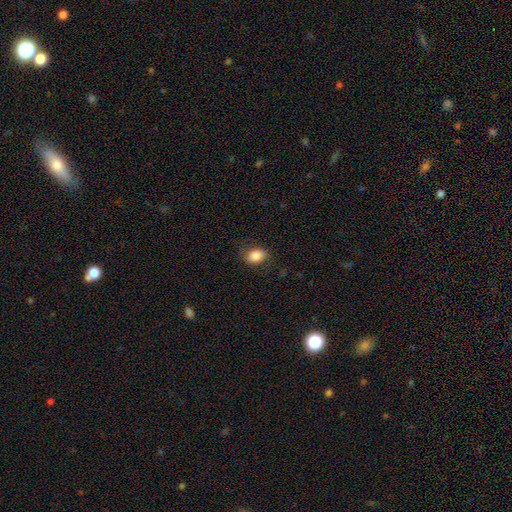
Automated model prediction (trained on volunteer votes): A smooth galaxy with no disk features (85%) that is in between round and cigar-shaped (74%).

Vote fractions:
- Smooth or featured? smooth: 85% / star or artifact: 8% / featured or disk: 7%
- How rounded? in between: 74% / round: 24% / cigar-shaped: 1%
- Merging? none: 79% / minor disturbance: 15% / major disturbance: 5% / merger: 1%